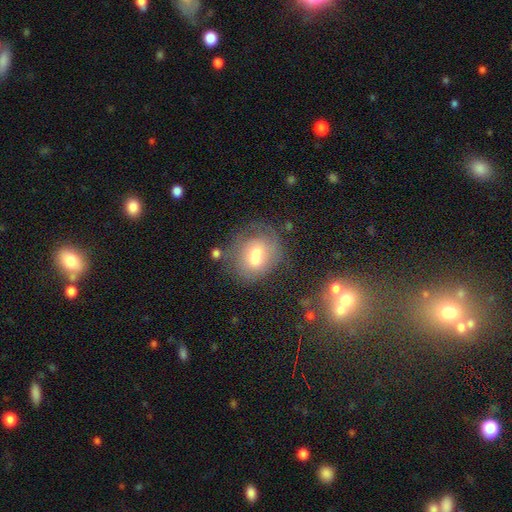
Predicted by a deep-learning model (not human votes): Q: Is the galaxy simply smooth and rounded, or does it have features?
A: smooth — 58%.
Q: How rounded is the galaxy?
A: round — 54%.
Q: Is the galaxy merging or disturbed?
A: none — 50%.